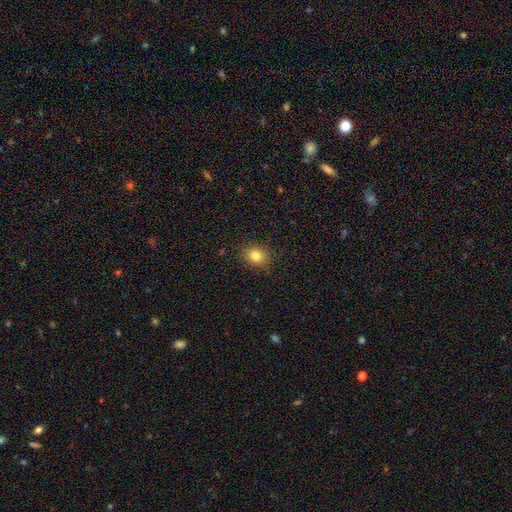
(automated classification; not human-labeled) Morphology: type=smooth (81%); roundness=round (58%); merging=none (88%).